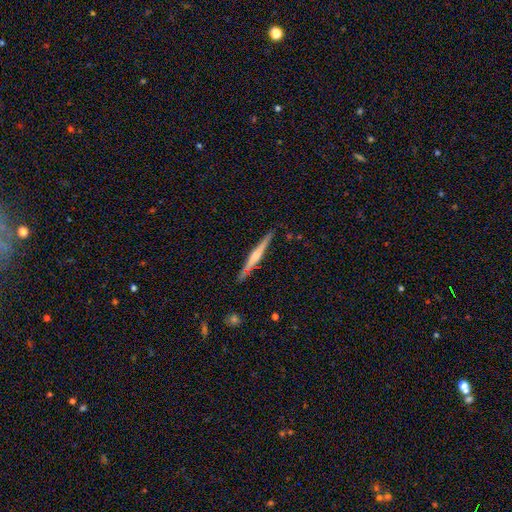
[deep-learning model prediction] Morphology: type=featured or disk (60%); edge-on=yes (97%); edge-on bulge=rounded (55%); merging=none (84%).